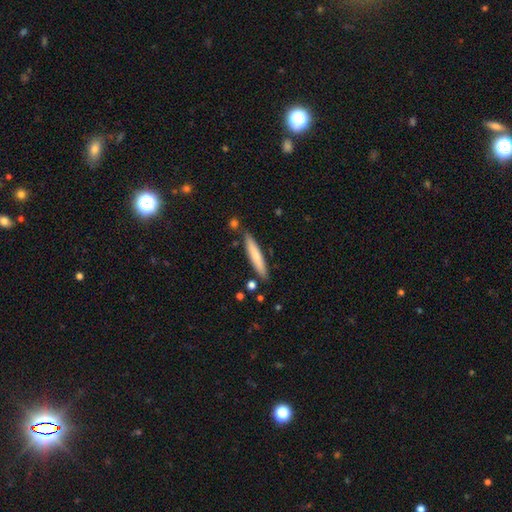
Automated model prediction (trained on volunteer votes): smooth-or-featured: smooth: 69% | featured or disk: 25% | star or artifact: 5%
  how-rounded: cigar-shaped: 92% | in between: 7% | round: 1%
  merging: none: 84% | minor disturbance: 10% | merger: 4% | major disturbance: 2%